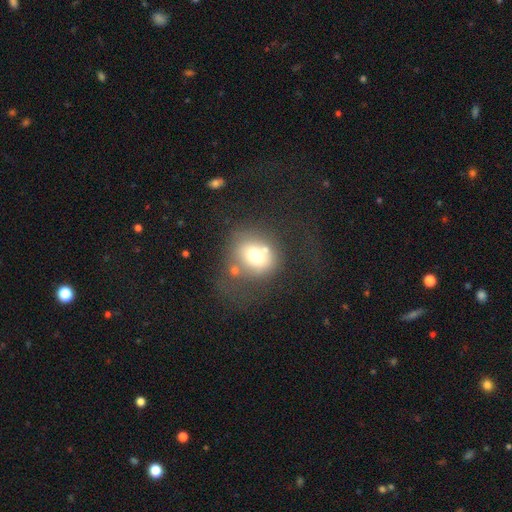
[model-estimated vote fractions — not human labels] A smooth galaxy with no disk features (63%) that is round (66%).

Vote fractions:
- Smooth or featured? smooth: 63% / featured or disk: 25% / star or artifact: 12%
- How rounded? round: 66% / in between: 34% / cigar-shaped: 1%
- Merging? none: 40% / major disturbance: 21% / merger: 20% / minor disturbance: 19%